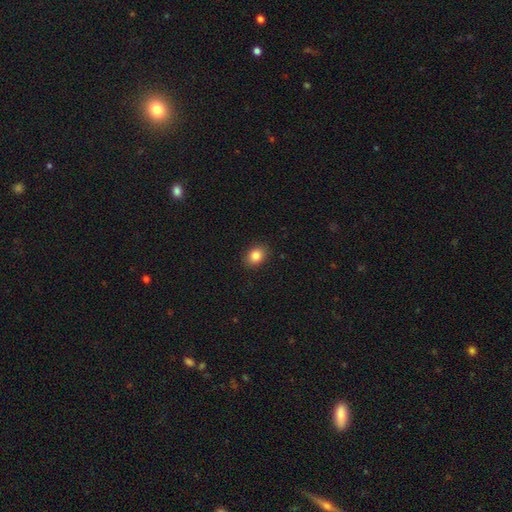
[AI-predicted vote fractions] Smooth or featured: smooth — 85% (star or artifact — 9%)
How rounded: in between — 60% (round — 39%)
Merging: none — 89% (minor disturbance — 8%)